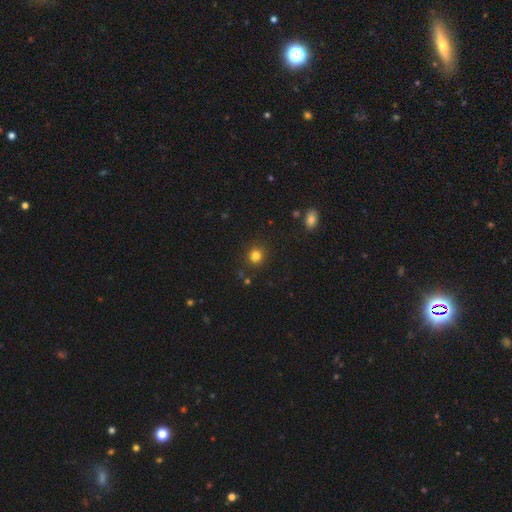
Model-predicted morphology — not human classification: Smooth or featured?
  - smooth: 81% *
  - star or artifact: 14%
  - featured or disk: 5%
How rounded?
  - round: 89% *
  - in between: 10%
  - cigar-shaped: 1%
Merging?
  - none: 88% *
  - minor disturbance: 7%
  - major disturbance: 2%
  - merger: 2%